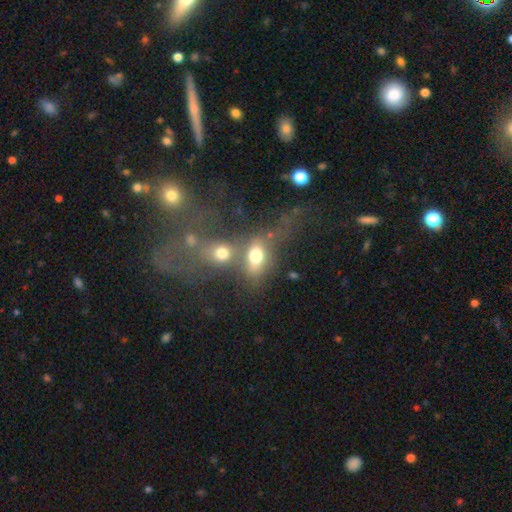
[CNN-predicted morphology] This is likely a smooth galaxy (65%). How rounded: likely in between (70%). Merging: possibly merger (55%).